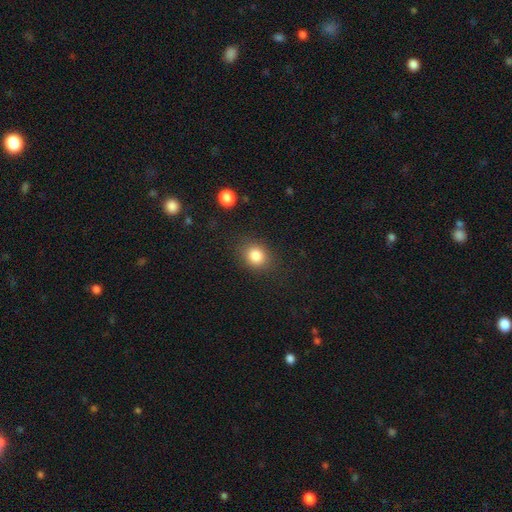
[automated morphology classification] Smooth or featured?
  - smooth: 84% *
  - star or artifact: 10%
  - featured or disk: 6%
How rounded?
  - round: 62% *
  - in between: 37%
  - cigar-shaped: 1%
Merging?
  - none: 83% *
  - minor disturbance: 11%
  - major disturbance: 4%
  - merger: 2%